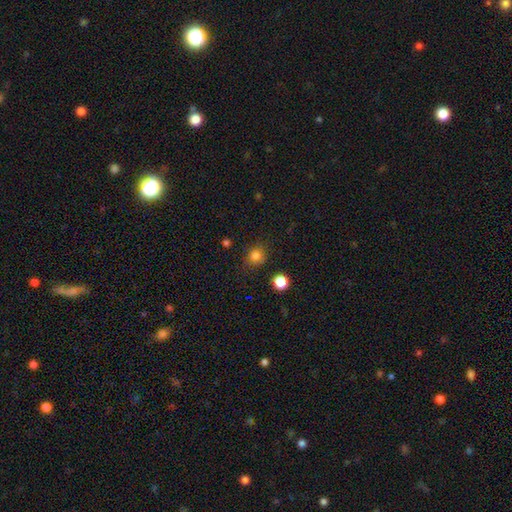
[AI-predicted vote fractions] The model was most divided on "how rounded": round: 80%, in between: 19%, cigar-shaped: 1%. More confident: smooth or featured — smooth (82%); merging — none (82%).